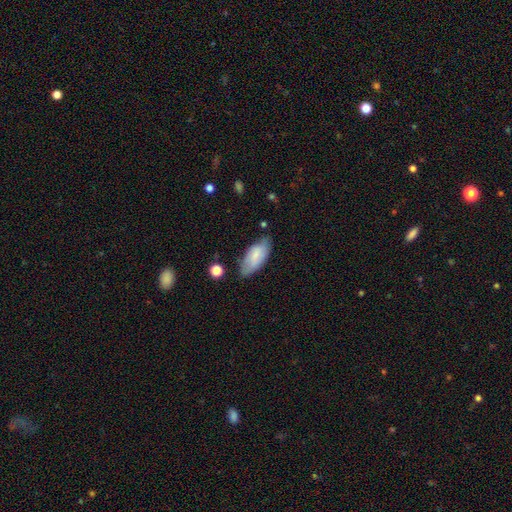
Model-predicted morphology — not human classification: This is likely a smooth galaxy (72%). How rounded: clearly in between (88%). Merging: likely none (67%).